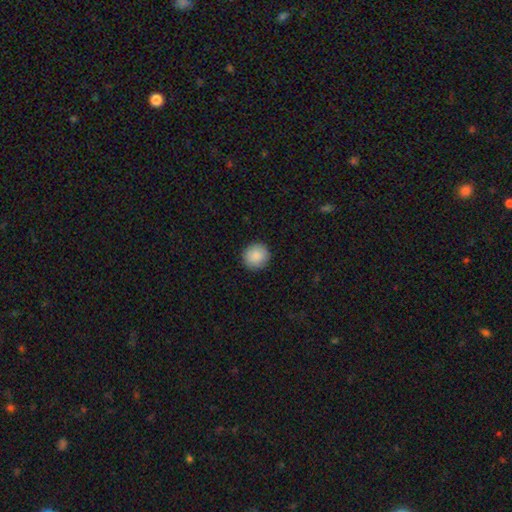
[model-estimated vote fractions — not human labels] The model was most divided on "smooth or featured": smooth: 89%, star or artifact: 7%, featured or disk: 4%. More confident: how rounded — round (92%); merging — none (92%).